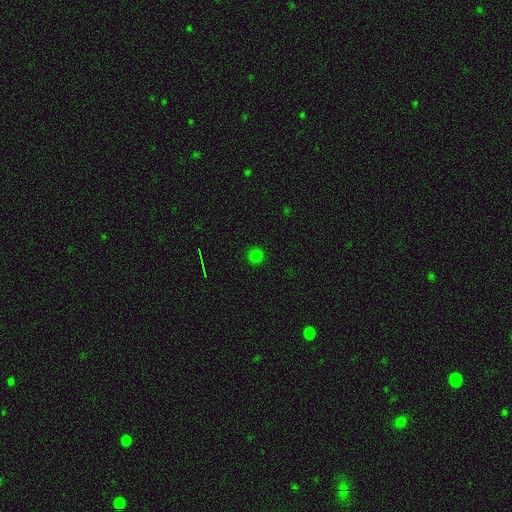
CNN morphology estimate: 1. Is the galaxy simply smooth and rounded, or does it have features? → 78% smooth, 18% star or artifact, 4% featured or disk.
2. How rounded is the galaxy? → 94% round, 5% in between, 1% cigar-shaped.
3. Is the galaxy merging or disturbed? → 91% none, 6% minor disturbance, 2% major disturbance, 1% merger.